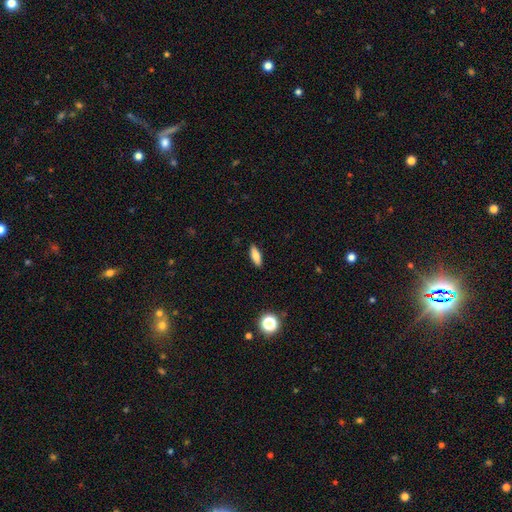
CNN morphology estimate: Smooth or featured? smooth (76%)
How rounded? in between (56%)
Merging? none (89%)